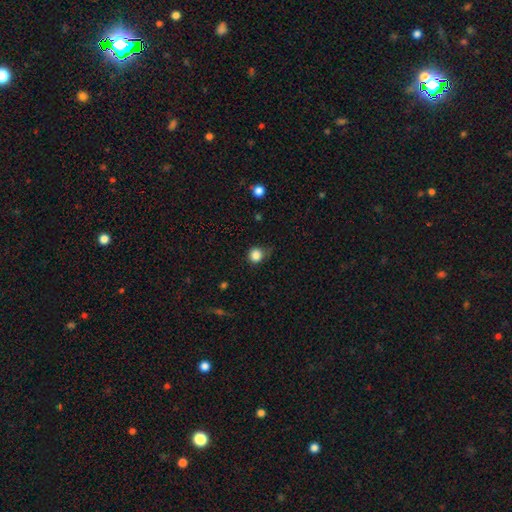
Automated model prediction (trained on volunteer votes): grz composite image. It shows a smooth galaxy with no disk features (85%) that is round (90%). Merging: none (68%).